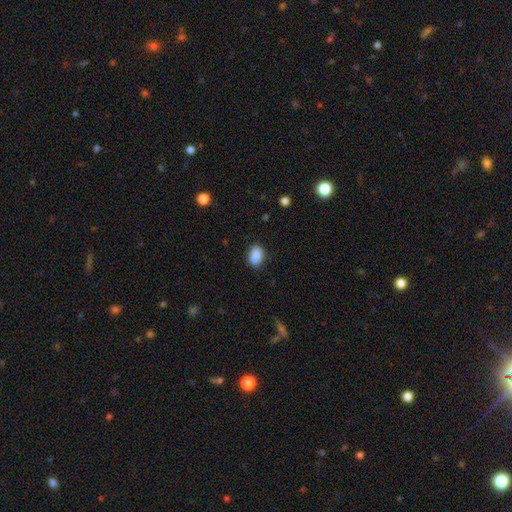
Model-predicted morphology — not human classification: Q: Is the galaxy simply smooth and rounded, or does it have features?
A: smooth — 87%.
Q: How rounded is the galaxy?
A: in between — 86%.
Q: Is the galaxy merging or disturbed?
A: none — 83%.